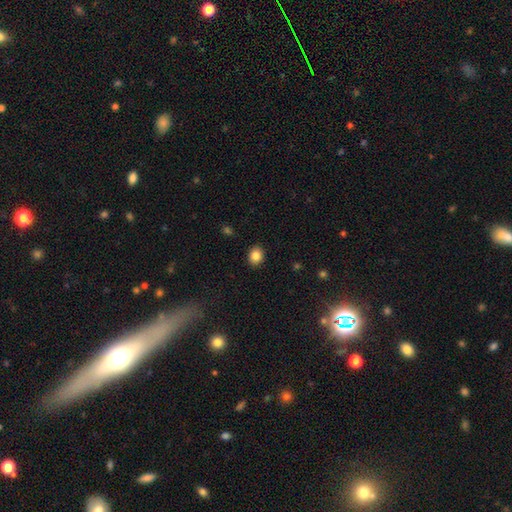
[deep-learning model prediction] smooth 85%, star or artifact 10%, featured or disk 5%. Down the decision tree: how rounded — round (57%); merging — none (91%).